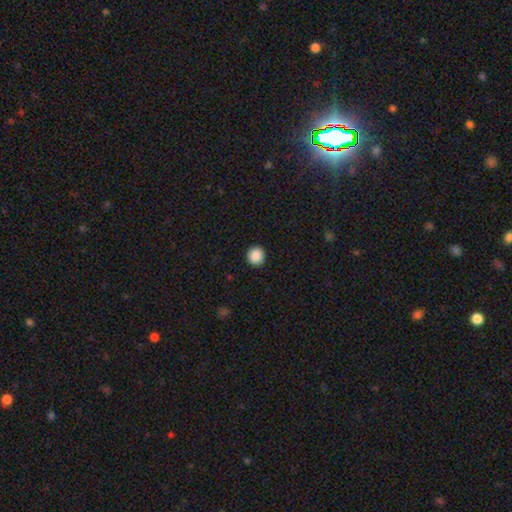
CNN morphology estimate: Smooth or featured?
  - smooth: 89% *
  - star or artifact: 9%
  - featured or disk: 3%
How rounded?
  - round: 92% *
  - in between: 7%
  - cigar-shaped: 1%
Merging?
  - none: 93% *
  - minor disturbance: 5%
  - major disturbance: 2%
  - merger: 1%